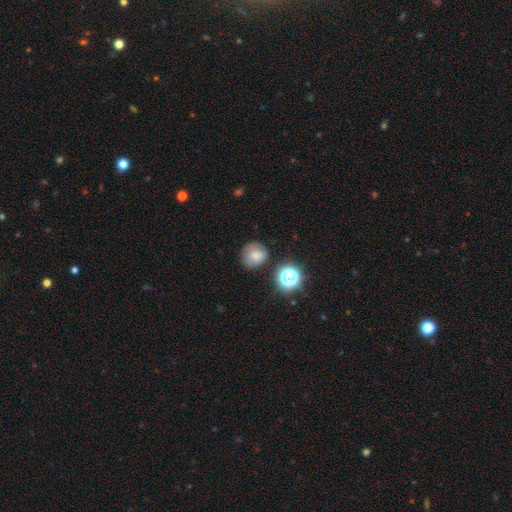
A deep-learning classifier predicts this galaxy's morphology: The model was most divided on "merging": none: 69%, minor disturbance: 20%, major disturbance: 7%, merger: 5%. More confident: how rounded — round (80%); smooth or featured — smooth (70%).